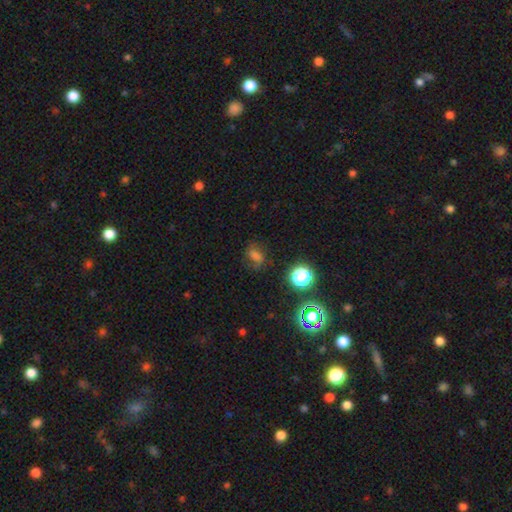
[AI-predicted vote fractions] smooth-or-featured: smooth: 51% | star or artifact: 27% | featured or disk: 21%
  how-rounded: in between: 61% | round: 36% | cigar-shaped: 4%
  merging: none: 58% | minor disturbance: 23% | major disturbance: 16% | merger: 3%